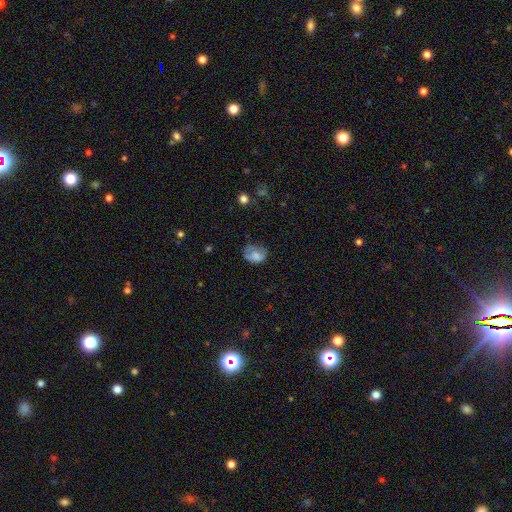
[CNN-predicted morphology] Smooth or featured? Predicted: smooth (p=0.71). How rounded? Predicted: in between (p=0.60). Merging? Predicted: none (p=0.45).